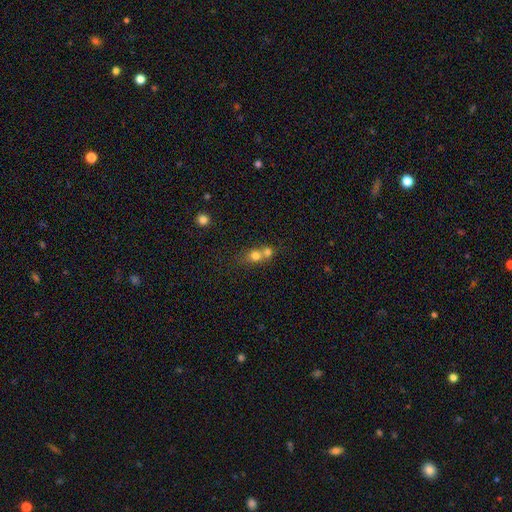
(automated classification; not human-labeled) A smooth galaxy with no disk features (72%) that is round (72%). Merging: merger (66%).